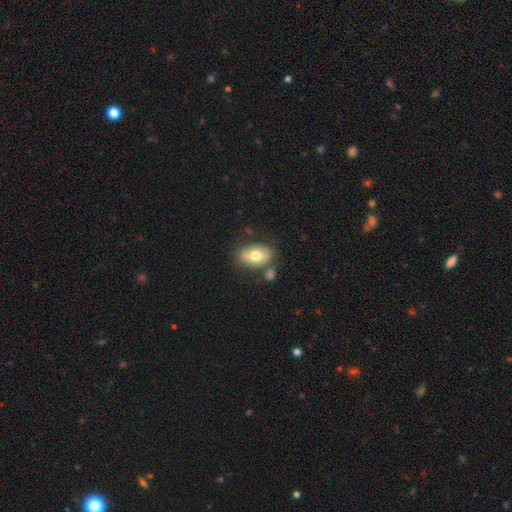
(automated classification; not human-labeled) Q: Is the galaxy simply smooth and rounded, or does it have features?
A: smooth — 65%.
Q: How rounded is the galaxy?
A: in between — 86%.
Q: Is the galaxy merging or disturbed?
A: none — 66%.